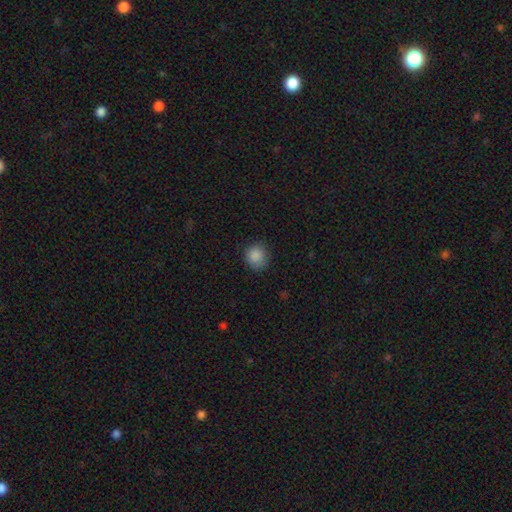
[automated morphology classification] smooth_or_featured: smooth (p=0.87) [alt: star or artifact p=0.09]
how_rounded: round (p=0.85) [alt: in between p=0.14]
merging: none (p=0.83) [alt: minor disturbance p=0.12]